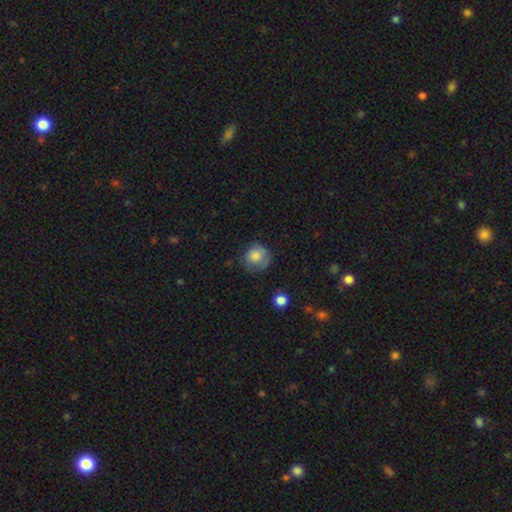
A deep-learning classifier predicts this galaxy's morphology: Q: Smooth or featured?
A: smooth (74%); runner-up: featured or disk (17%)
Q: How rounded?
A: round (85%); runner-up: in between (14%)
Q: Merging?
A: none (63%); runner-up: minor disturbance (25%)